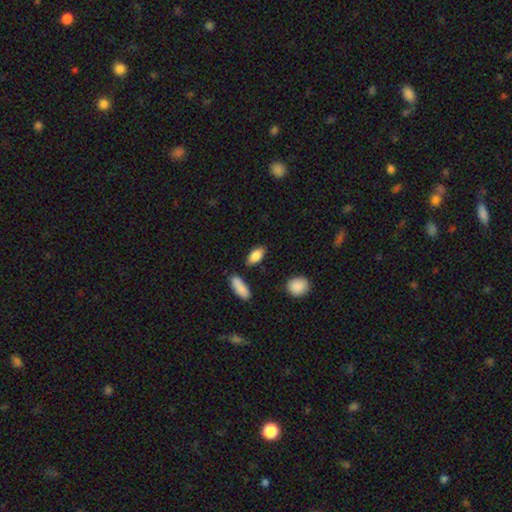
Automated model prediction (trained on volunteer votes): Smooth or featured? Predicted: smooth (p=0.84). How rounded? Predicted: in between (p=0.87). Merging? Predicted: none (p=0.81).